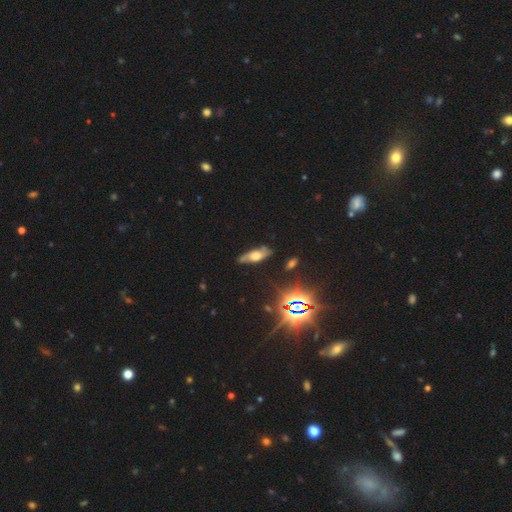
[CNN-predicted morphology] smooth-or-featured: featured or disk: 48% | smooth: 38% | star or artifact: 14%
  merging: none: 72% | minor disturbance: 20% | major disturbance: 6% | merger: 2%